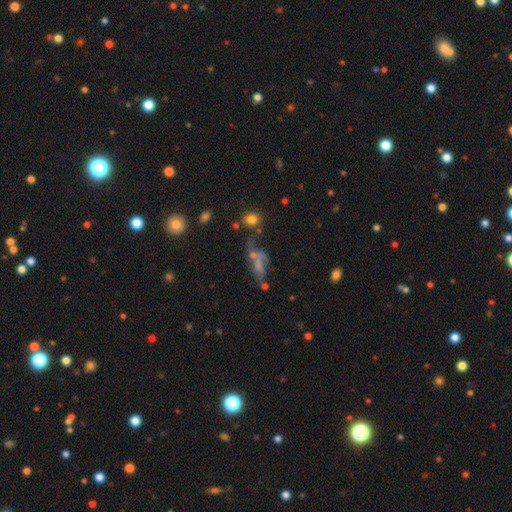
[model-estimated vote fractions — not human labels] Smooth or featured: featured or disk — 41% (star or artifact — 32%)
Merging: none — 40% (major disturbance — 26%)